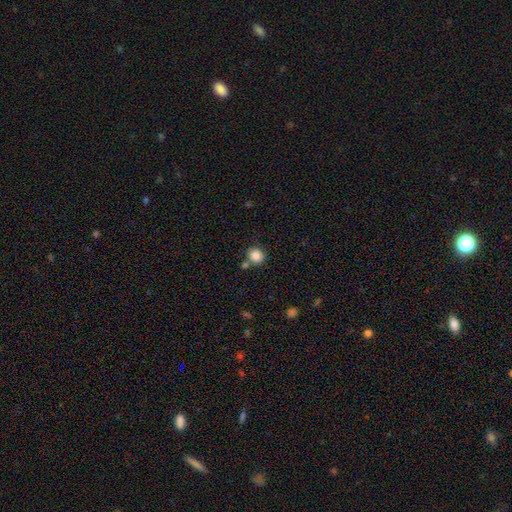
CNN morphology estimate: A smooth galaxy with no disk features (86%) that is round (88%).

Vote fractions:
- Smooth or featured? smooth: 86% / star or artifact: 10% / featured or disk: 4%
- How rounded? round: 88% / in between: 11% / cigar-shaped: 1%
- Merging? none: 72% / merger: 14% / minor disturbance: 10% / major disturbance: 3%